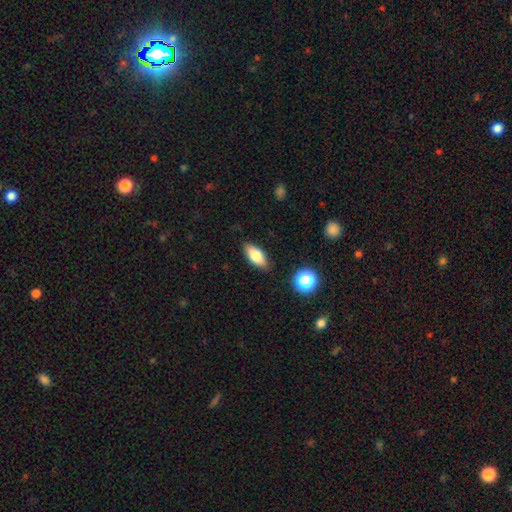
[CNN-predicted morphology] Overall: smooth (78%). How rounded: in between (84%). Merging: none (86%).